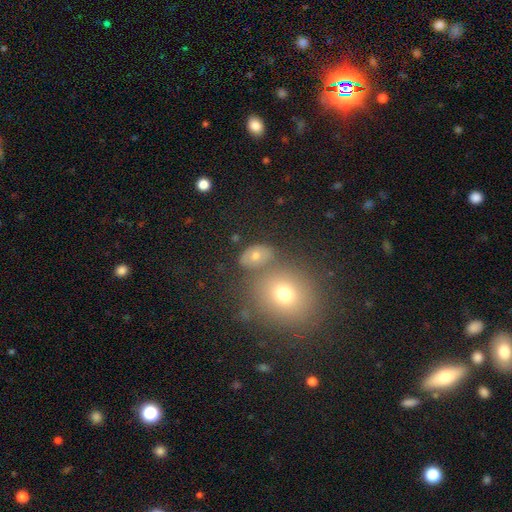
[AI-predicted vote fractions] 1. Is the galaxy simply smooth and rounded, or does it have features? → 54% smooth, 27% star or artifact, 19% featured or disk.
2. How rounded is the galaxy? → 62% round, 34% in between, 4% cigar-shaped.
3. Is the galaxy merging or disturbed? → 63% none, 20% merger, 12% minor disturbance, 5% major disturbance.